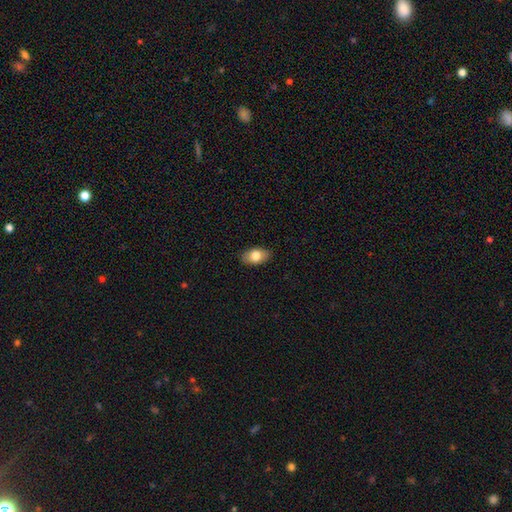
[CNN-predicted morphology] smooth 79%, featured or disk 14%, star or artifact 7%. Down the decision tree: how rounded — in between (91%); merging — none (88%).